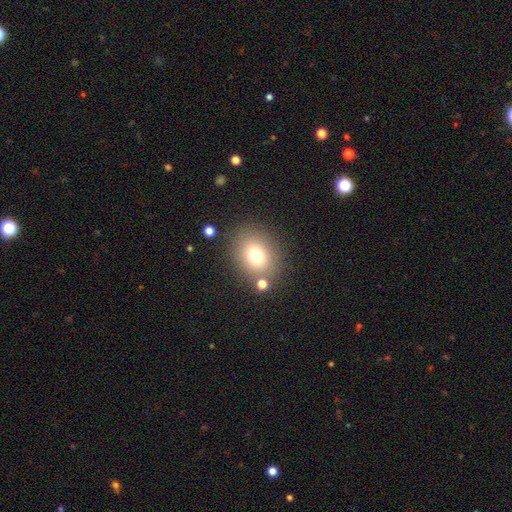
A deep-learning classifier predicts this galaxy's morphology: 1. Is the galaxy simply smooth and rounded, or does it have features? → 74% smooth, 14% star or artifact, 12% featured or disk.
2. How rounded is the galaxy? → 56% round, 43% in between, 1% cigar-shaped.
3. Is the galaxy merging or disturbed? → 78% none, 10% minor disturbance, 7% merger, 4% major disturbance.